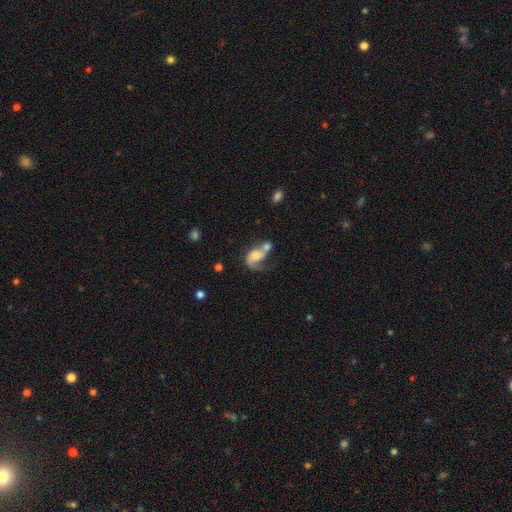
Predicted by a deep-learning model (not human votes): smooth-or-featured: featured or disk: 51% | smooth: 40% | star or artifact: 9%
  disk-edge-on: no: 97% | yes: 3%
  merging: merger: 48% | major disturbance: 23% | none: 18% | minor disturbance: 12%